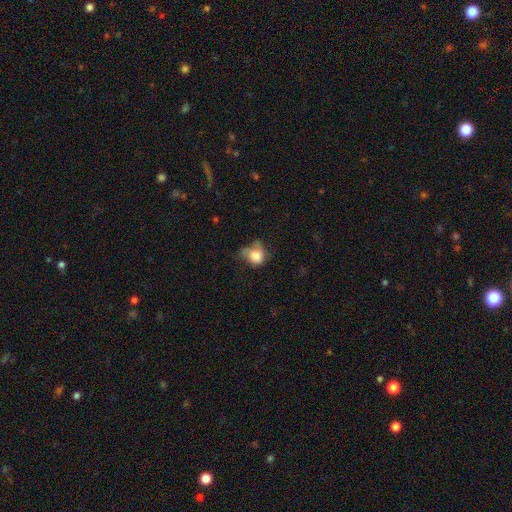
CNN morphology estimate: A smooth galaxy with no disk features (77%) that is round (58%). Merging: minor disturbance (34%).